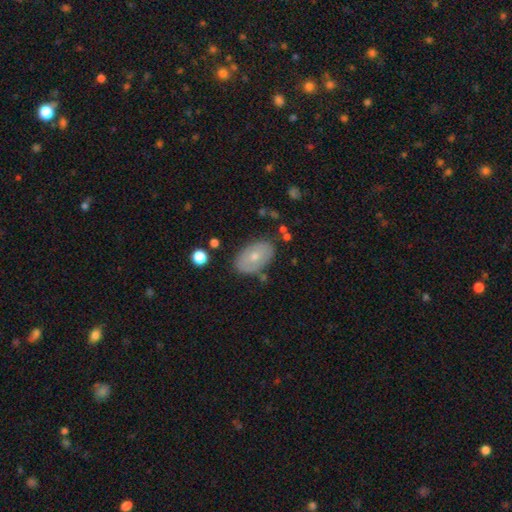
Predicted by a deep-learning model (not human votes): A smooth galaxy with no disk features (55%) that is in between round and cigar-shaped (90%). Merging: none (77%).